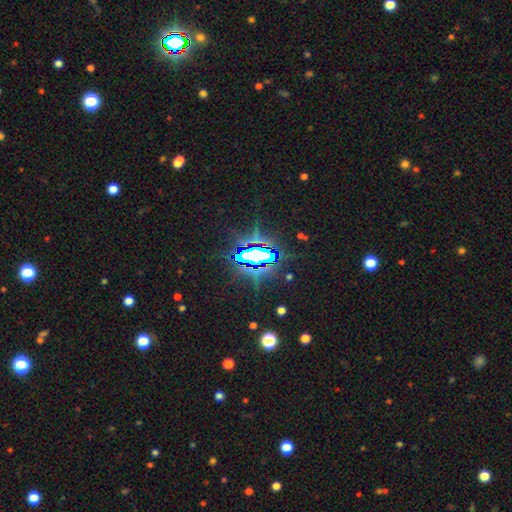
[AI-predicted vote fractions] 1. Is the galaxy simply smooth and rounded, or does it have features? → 76% star or artifact, 13% featured or disk, 11% smooth.